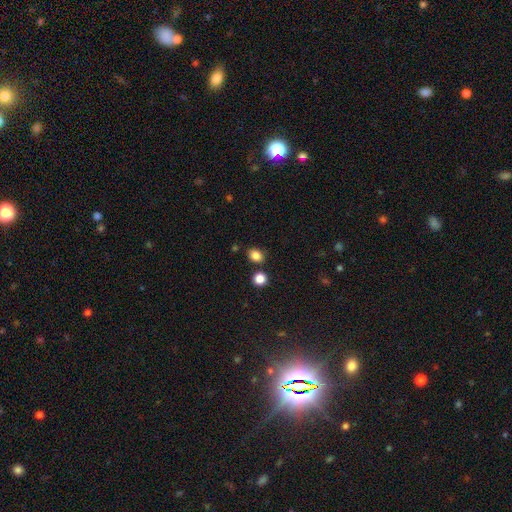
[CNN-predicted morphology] This is clearly a smooth galaxy (84%). How rounded: possibly in between (51%). Merging: likely none (80%).